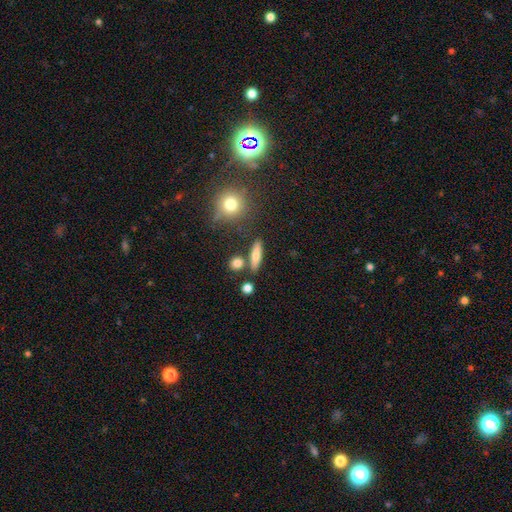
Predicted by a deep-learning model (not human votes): Smooth or featured: smooth — 65% (featured or disk — 26%)
How rounded: cigar-shaped — 58% (in between — 28%)
Merging: none — 78% (minor disturbance — 10%)